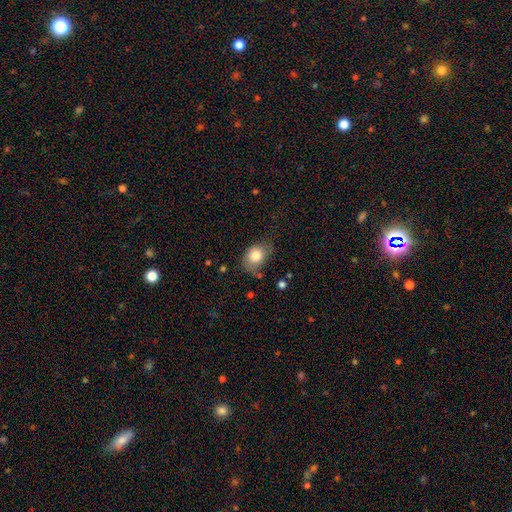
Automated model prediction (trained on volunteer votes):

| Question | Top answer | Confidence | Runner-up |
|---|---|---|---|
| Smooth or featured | smooth | 80% | featured or disk (11%) |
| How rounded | in between | 62% | round (37%) |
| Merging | none | 48% | minor disturbance (35%) |